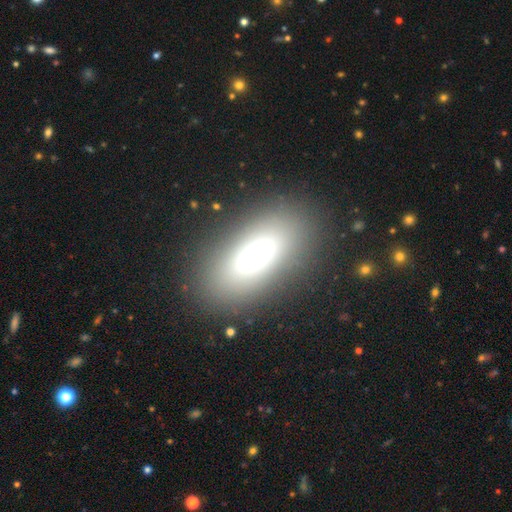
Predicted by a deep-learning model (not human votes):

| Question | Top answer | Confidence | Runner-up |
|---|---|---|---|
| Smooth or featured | smooth | 64% | featured or disk (24%) |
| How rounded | in between | 84% | round (8%) |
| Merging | none | 83% | minor disturbance (10%) |